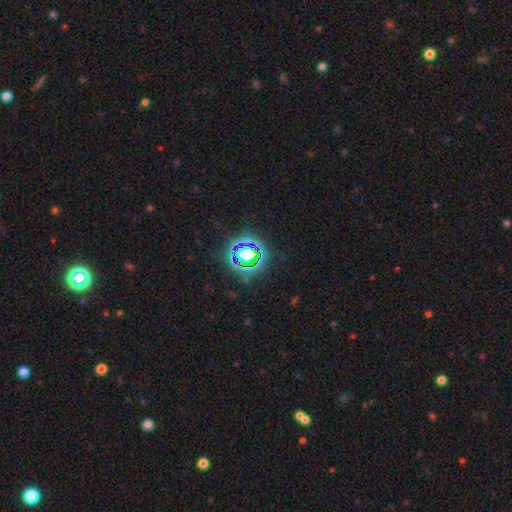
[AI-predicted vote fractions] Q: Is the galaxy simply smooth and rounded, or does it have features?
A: star or artifact — 79%.